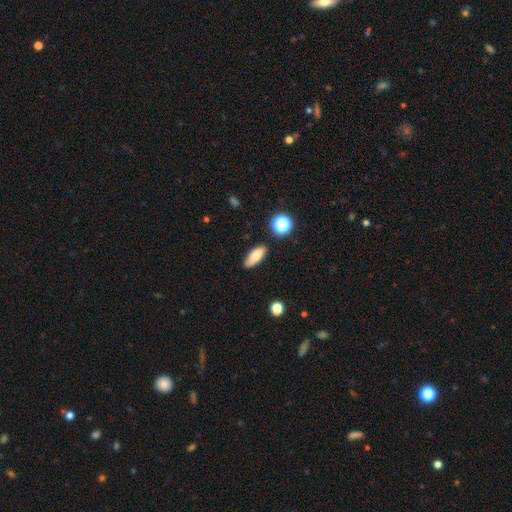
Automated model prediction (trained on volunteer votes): A smooth galaxy with no disk features (76%) that is in between round and cigar-shaped (73%).

Vote fractions:
- Smooth or featured? smooth: 76% / featured or disk: 15% / star or artifact: 9%
- How rounded? in between: 73% / cigar-shaped: 22% / round: 4%
- Merging? none: 82% / minor disturbance: 13% / major disturbance: 3% / merger: 3%